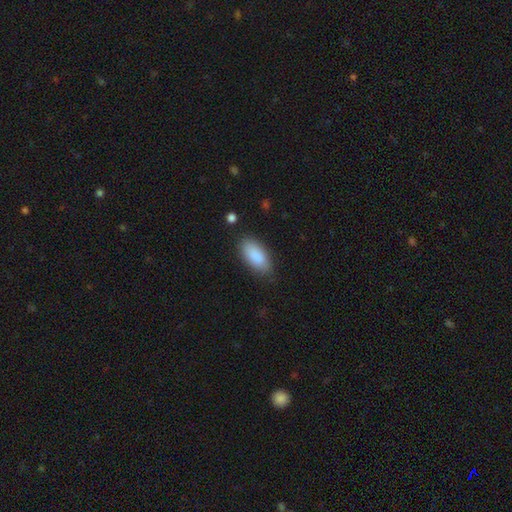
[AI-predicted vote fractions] This appears to be a smooth galaxy with no disk features (88%) that is in between round and cigar-shaped (89%). Merging: none (81%).